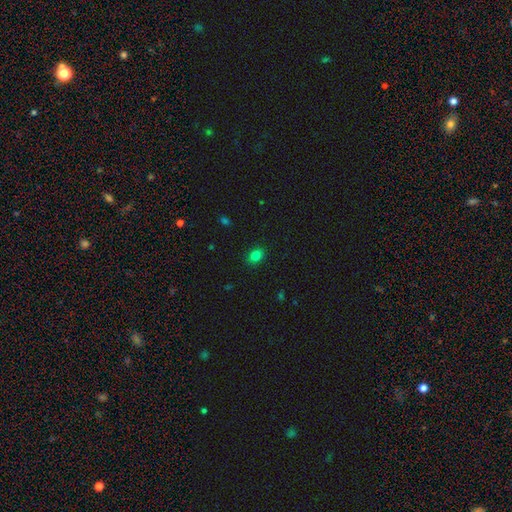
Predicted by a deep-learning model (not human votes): Smooth or featured? smooth (82%)
How rounded? in between (64%)
Merging? none (88%)